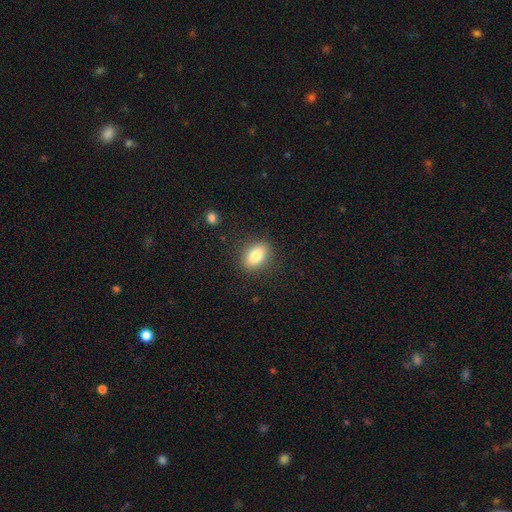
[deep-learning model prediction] Overall: smooth (80%). How rounded: in between (78%). Merging: none (86%).